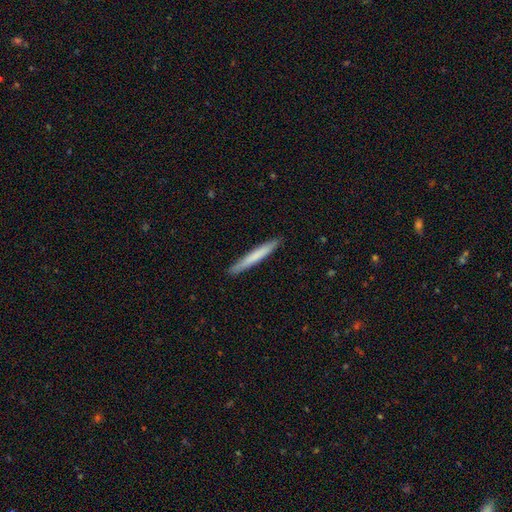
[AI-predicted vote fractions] smooth-or-featured: smooth: 70% | featured or disk: 25% | star or artifact: 5%
  how-rounded: cigar-shaped: 97% | in between: 2% | round: 1%
  merging: none: 91% | minor disturbance: 7% | major disturbance: 1% | merger: 1%